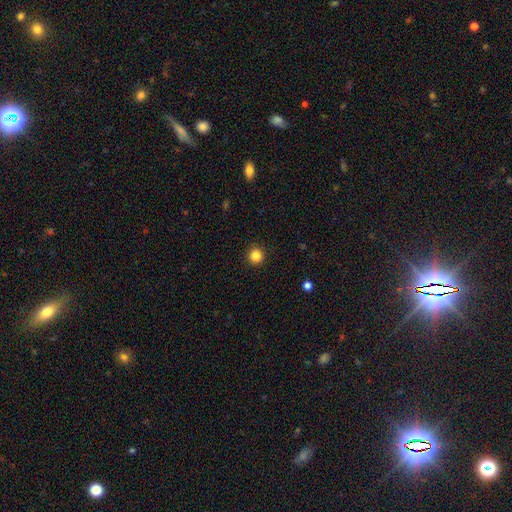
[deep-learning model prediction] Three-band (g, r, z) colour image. It shows a smooth galaxy with no disk features (84%) that is round (94%). Merging: none (92%).